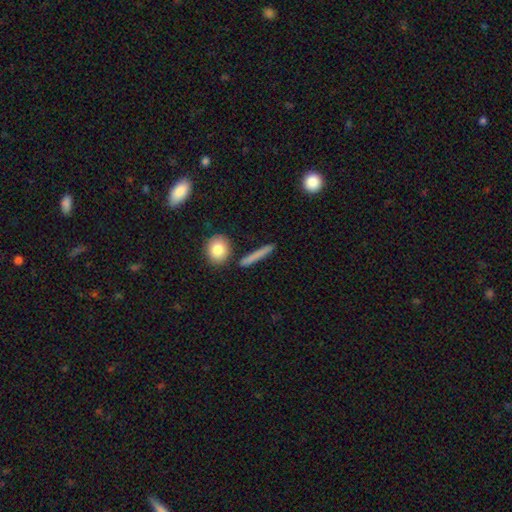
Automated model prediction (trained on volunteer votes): Q: Smooth or featured?
A: smooth (72%); runner-up: featured or disk (21%)
Q: How rounded?
A: cigar-shaped (85%); runner-up: in between (8%)
Q: Merging?
A: none (85%); runner-up: minor disturbance (8%)